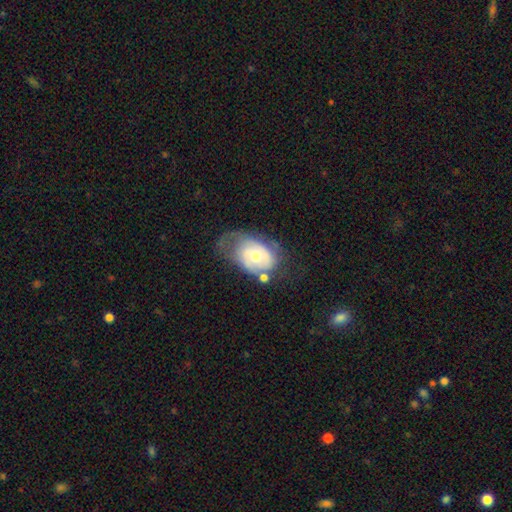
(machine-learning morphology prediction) This appears to be a featured or disk galaxy (62%) with no bar (78%), spiral arms (68%) and a moderate central bulge (60%). Merging: none (36%).